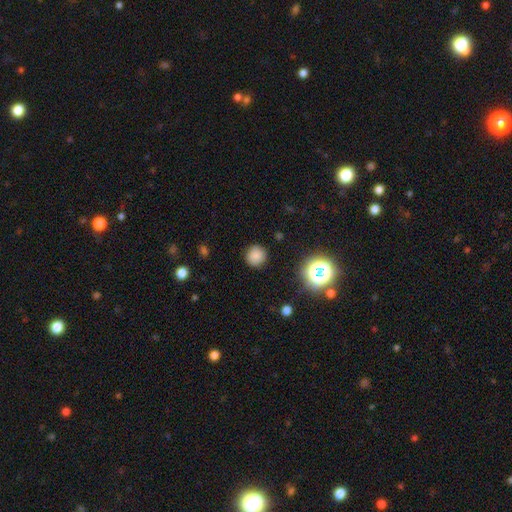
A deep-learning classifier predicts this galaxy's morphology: smooth-or-featured: smooth: 80% | star or artifact: 15% | featured or disk: 5%
  how-rounded: round: 93% | in between: 6% | cigar-shaped: 1%
  merging: none: 88% | minor disturbance: 8% | major disturbance: 3% | merger: 1%